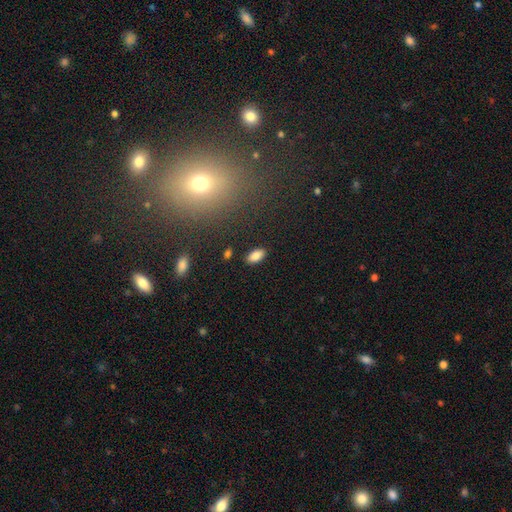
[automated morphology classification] type=smooth (85%); roundness=in between (92%); merging=none (86%).